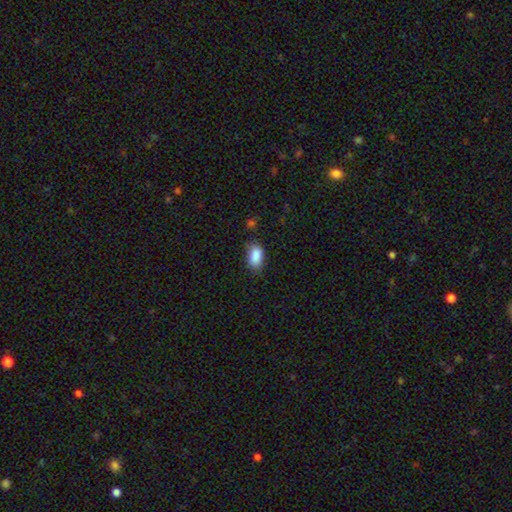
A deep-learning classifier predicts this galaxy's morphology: This appears to be a smooth galaxy with no disk features (88%) that is in between round and cigar-shaped (92%). Merging: none (73%).